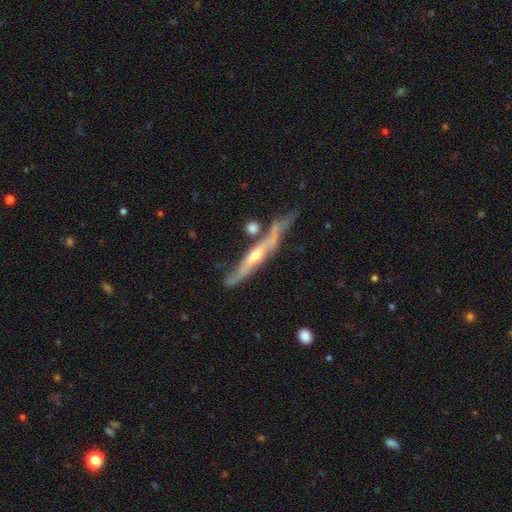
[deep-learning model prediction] Morphology: type=featured or disk (77%); edge-on=yes (93%); edge-on bulge=rounded (81%); merging=none (66%).